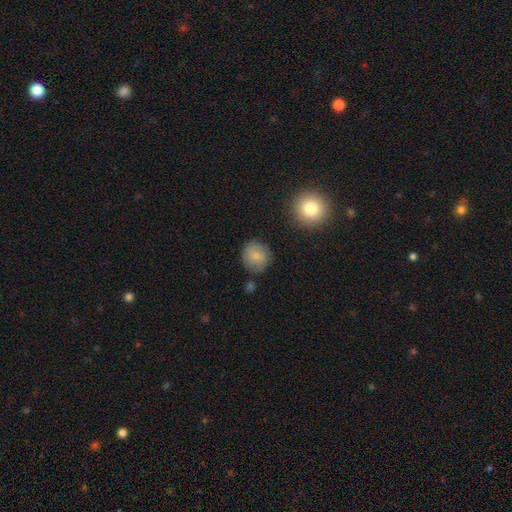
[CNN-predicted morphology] The model was most divided on "smooth or featured": smooth: 79%, featured or disk: 13%, star or artifact: 8%. More confident: how rounded — round (89%); merging — none (79%).